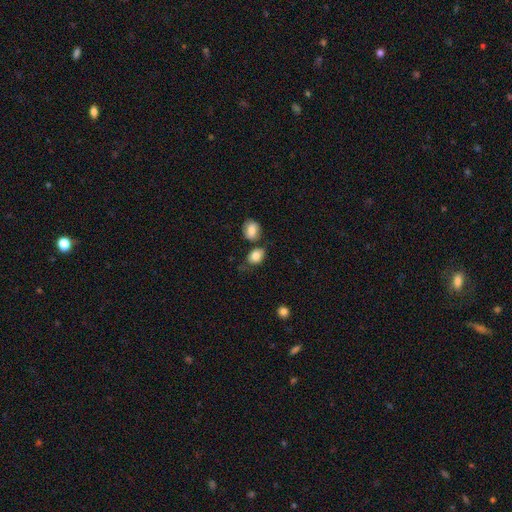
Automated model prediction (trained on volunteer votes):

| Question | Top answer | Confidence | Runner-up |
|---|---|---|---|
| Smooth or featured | smooth | 83% | featured or disk (9%) |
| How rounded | in between | 62% | round (37%) |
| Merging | none | 55% | minor disturbance (21%) |